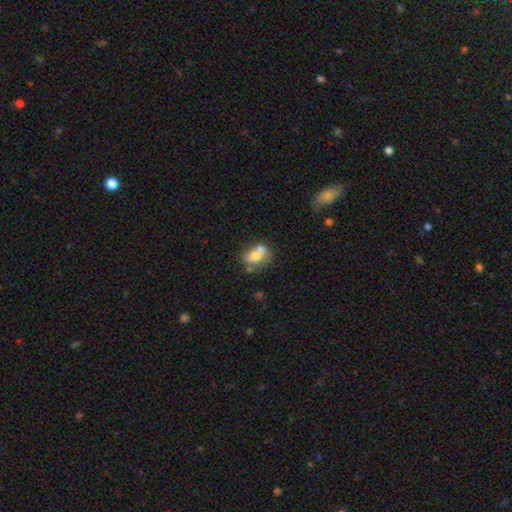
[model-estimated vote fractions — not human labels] A smooth galaxy with no disk features (66%) that is in between round and cigar-shaped (65%).

Vote fractions:
- Smooth or featured? smooth: 66% / featured or disk: 25% / star or artifact: 9%
- How rounded? in between: 65% / round: 33% / cigar-shaped: 2%
- Merging? merger: 46% / none: 34% / minor disturbance: 14% / major disturbance: 7%